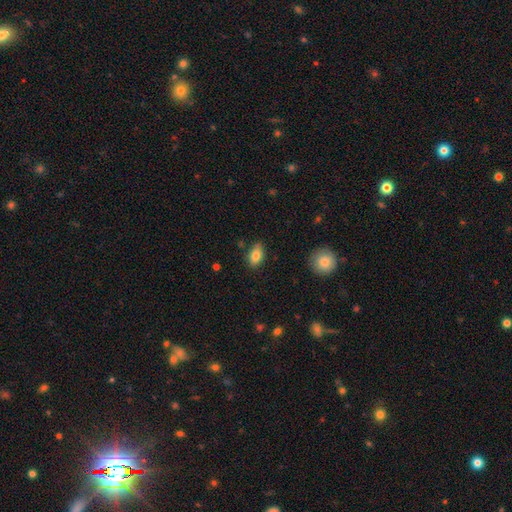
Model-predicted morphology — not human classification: Smooth or featured: smooth — 83% (featured or disk — 9%)
How rounded: in between — 88% (round — 9%)
Merging: none — 80% (minor disturbance — 15%)